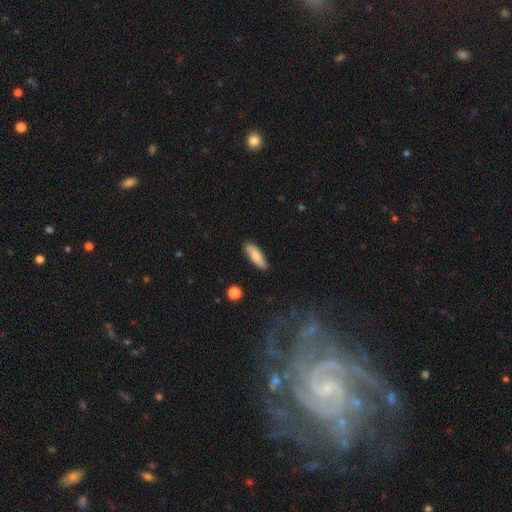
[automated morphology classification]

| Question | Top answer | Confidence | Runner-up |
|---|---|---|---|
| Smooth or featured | smooth | 78% | featured or disk (16%) |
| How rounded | in between | 53% | cigar-shaped (45%) |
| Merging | none | 83% | minor disturbance (13%) |